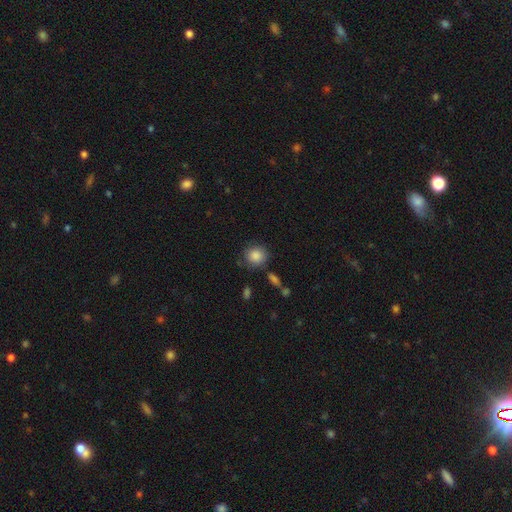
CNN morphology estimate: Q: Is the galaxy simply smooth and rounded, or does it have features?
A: smooth — 87%.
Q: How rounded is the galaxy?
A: round — 87%.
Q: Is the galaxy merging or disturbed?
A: none — 80%.